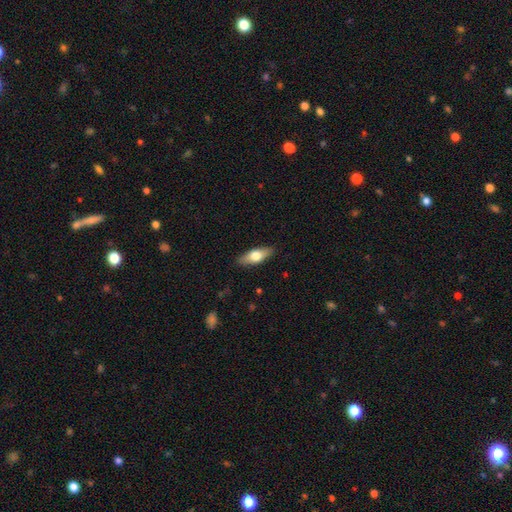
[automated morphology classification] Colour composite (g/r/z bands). It shows a smooth galaxy with no disk features (61%) that is in between round and cigar-shaped (70%). Merging: none (87%).